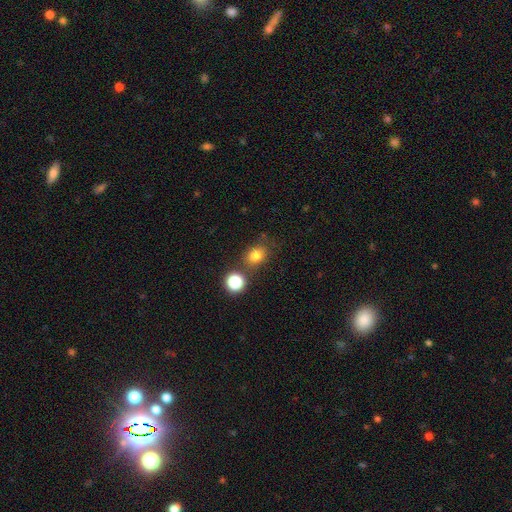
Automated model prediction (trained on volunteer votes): A smooth galaxy with no disk features (78%) that is round (56%).

Vote fractions:
- Smooth or featured? smooth: 78% / star or artifact: 14% / featured or disk: 7%
- How rounded? round: 56% / in between: 43% / cigar-shaped: 1%
- Merging? none: 71% / minor disturbance: 13% / merger: 11% / major disturbance: 5%